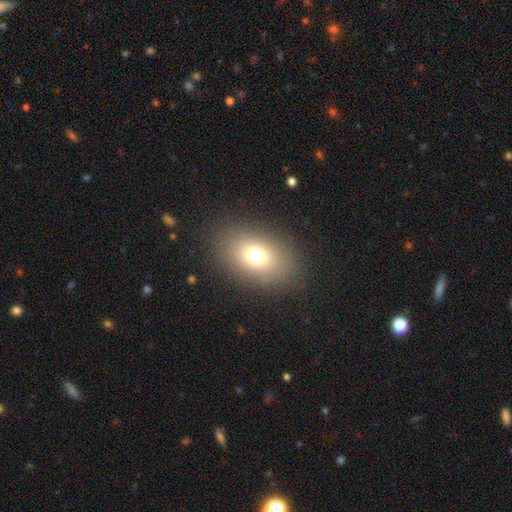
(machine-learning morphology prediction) A smooth galaxy with no disk features (71%) that is in between round and cigar-shaped (74%). Merging: none (85%).